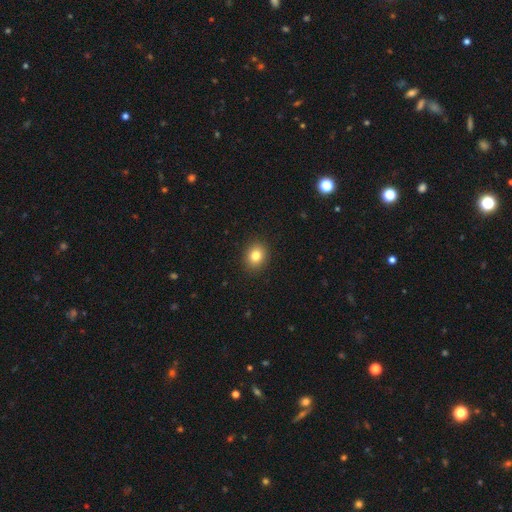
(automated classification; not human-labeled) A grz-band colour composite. It shows a smooth galaxy with no disk features (83%) that is round (61%). Merging: none (91%).